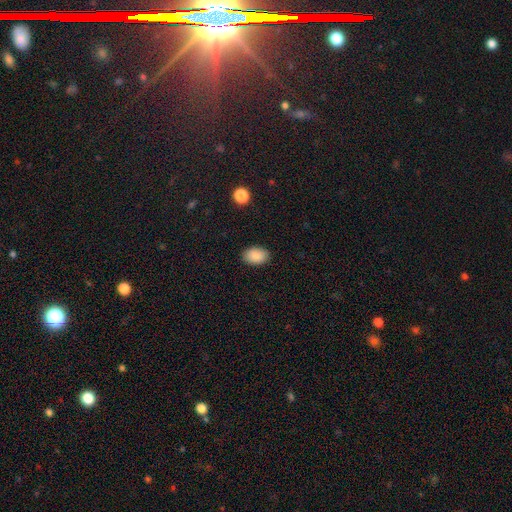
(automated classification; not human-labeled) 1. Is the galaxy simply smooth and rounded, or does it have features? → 88% smooth, 8% star or artifact, 4% featured or disk.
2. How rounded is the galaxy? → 86% in between, 13% round, 1% cigar-shaped.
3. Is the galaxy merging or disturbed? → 88% none, 9% minor disturbance, 2% major disturbance, 1% merger.